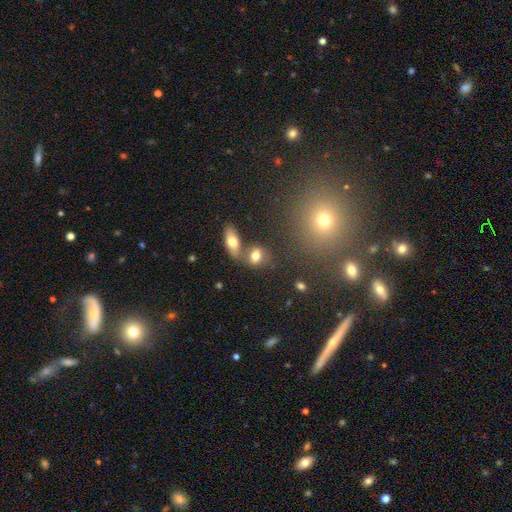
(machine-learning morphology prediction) smooth_or_featured: smooth (p=0.75) [alt: featured or disk p=0.14]
how_rounded: in between (p=0.65) [alt: round p=0.32]
merging: none (p=0.48) [alt: merger p=0.35]